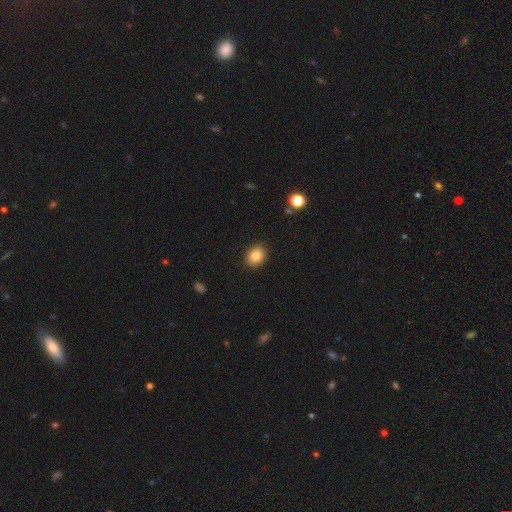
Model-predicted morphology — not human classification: The model was most divided on "how rounded": in between: 52%, round: 47%, cigar-shaped: 1%. More confident: merging — none (90%); smooth or featured — smooth (84%).